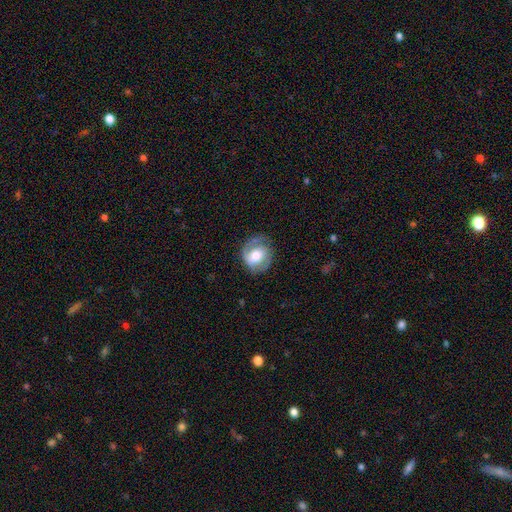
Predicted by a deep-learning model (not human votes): Smooth or featured: featured or disk — 58% (smooth — 35%)
Edge-on disk: no — 97% (yes — 3%)
Bar: no — 49% (weak — 36%)
Spiral arms: yes — 79% (no — 21%)
Bulge size: moderate — 64% (large — 18%)
Merging: none — 69% (minor disturbance — 20%)